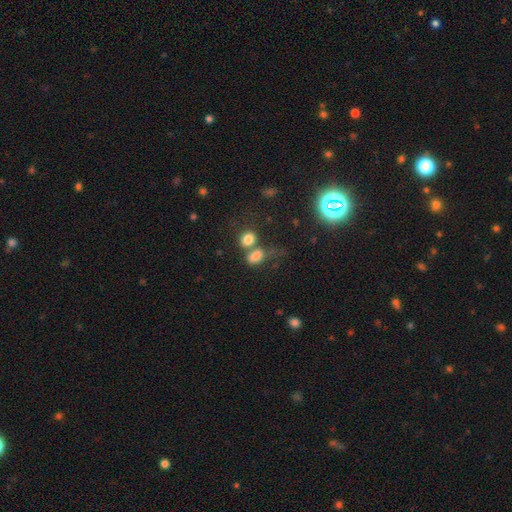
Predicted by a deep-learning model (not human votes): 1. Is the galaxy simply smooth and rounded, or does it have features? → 78% smooth, 12% star or artifact, 10% featured or disk.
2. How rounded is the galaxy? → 76% in between, 22% round, 3% cigar-shaped.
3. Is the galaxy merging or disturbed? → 47% merger, 31% none, 12% minor disturbance, 10% major disturbance.